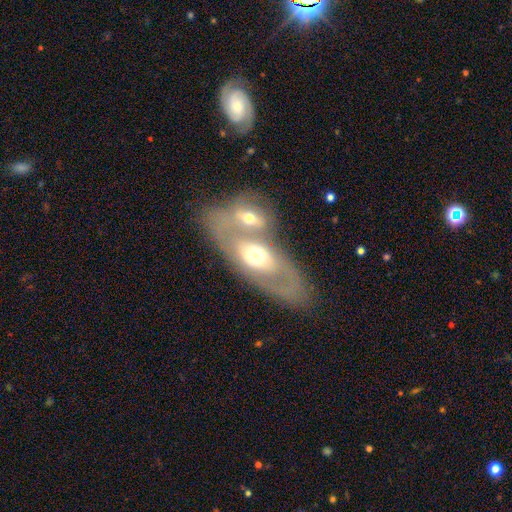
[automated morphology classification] featured or disk 57%, smooth 36%, star or artifact 6%. Down the decision tree: edge-on disk — no (82%); merging — merger (56%).